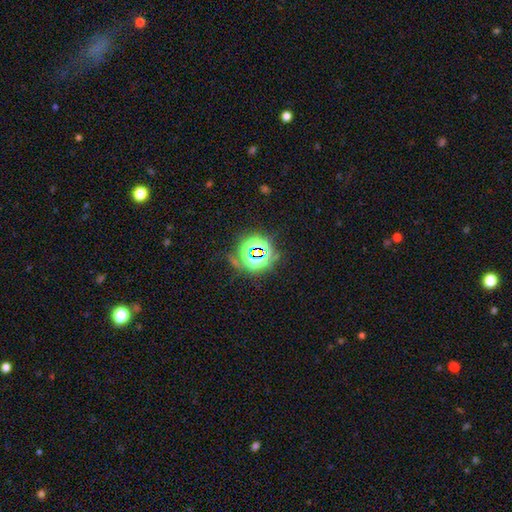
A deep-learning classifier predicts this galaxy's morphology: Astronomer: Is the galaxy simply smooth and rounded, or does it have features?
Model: star or artifact — 78%.